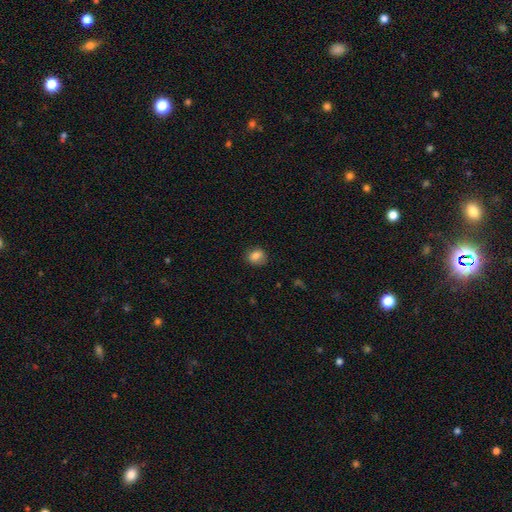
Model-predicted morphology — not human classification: Smooth or featured?
  - smooth: 83% *
  - star or artifact: 9%
  - featured or disk: 8%
How rounded?
  - round: 54% *
  - in between: 45%
  - cigar-shaped: 1%
Merging?
  - none: 78% *
  - minor disturbance: 17%
  - major disturbance: 4%
  - merger: 1%